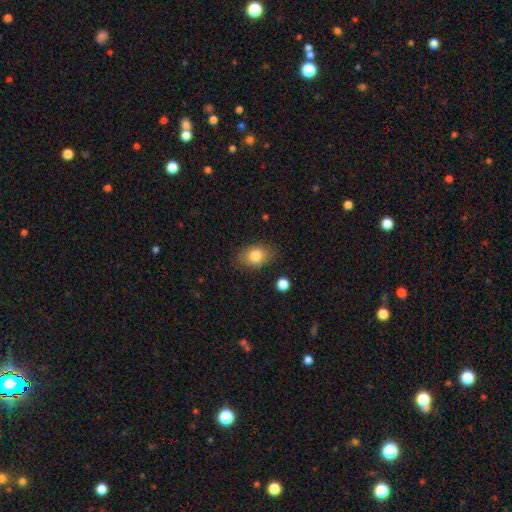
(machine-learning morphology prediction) smooth-or-featured: smooth: 82% | featured or disk: 10% | star or artifact: 8%
  how-rounded: in between: 75% | round: 23% | cigar-shaped: 1%
  merging: none: 81% | minor disturbance: 14% | major disturbance: 4% | merger: 2%